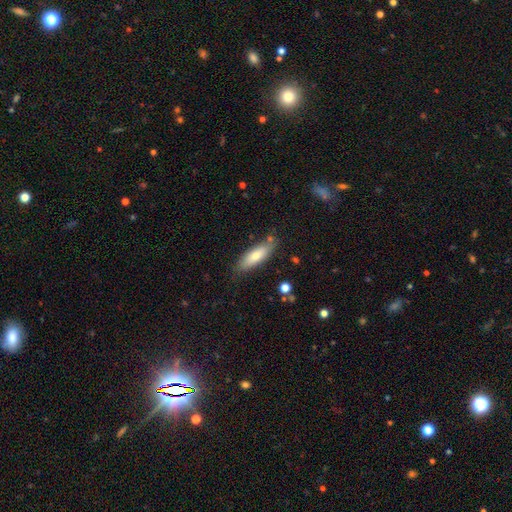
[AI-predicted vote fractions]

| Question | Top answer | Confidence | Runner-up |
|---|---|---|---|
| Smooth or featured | smooth | 69% | featured or disk (25%) |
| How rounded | in between | 51% | cigar-shaped (47%) |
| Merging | none | 78% | minor disturbance (15%) |